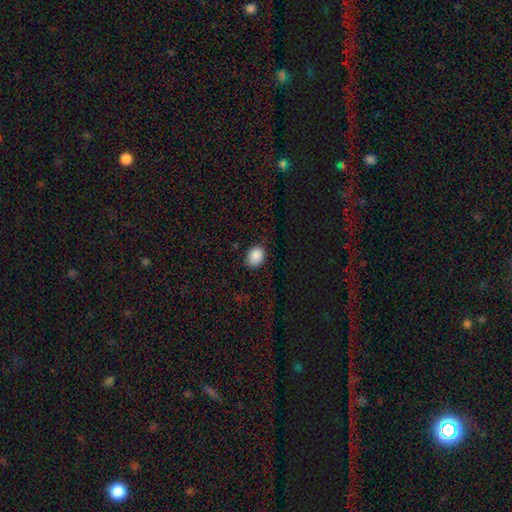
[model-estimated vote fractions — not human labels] smooth-or-featured: smooth: 88% | star or artifact: 9% | featured or disk: 3%
  how-rounded: in between: 53% | round: 46% | cigar-shaped: 1%
  merging: none: 84% | minor disturbance: 12% | major disturbance: 3% | merger: 1%